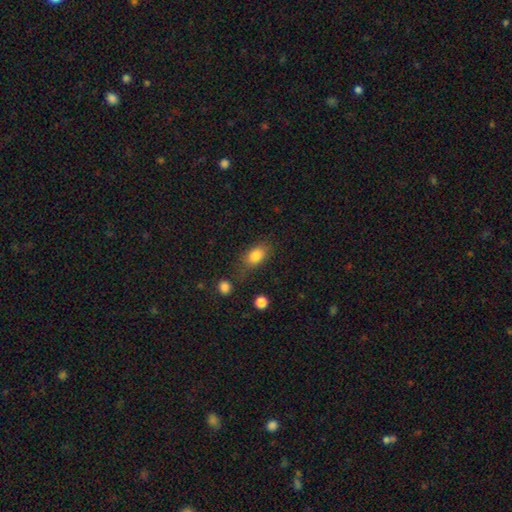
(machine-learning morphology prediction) Smooth or featured? Predicted: smooth (p=0.83). How rounded? Predicted: in between (p=0.85). Merging? Predicted: none (p=0.67).